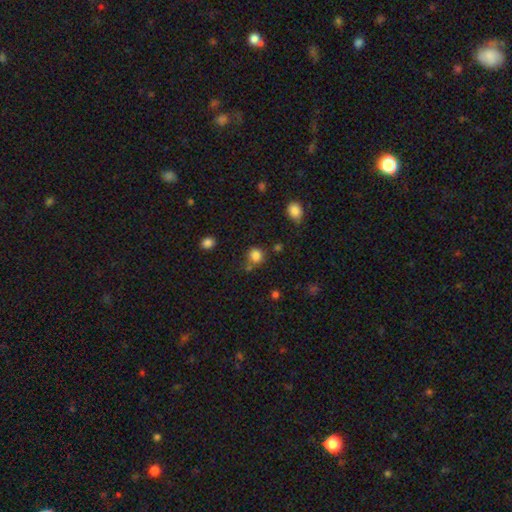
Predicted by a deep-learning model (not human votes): Morphology: type=smooth (83%); roundness=round (80%); merging=none (70%).